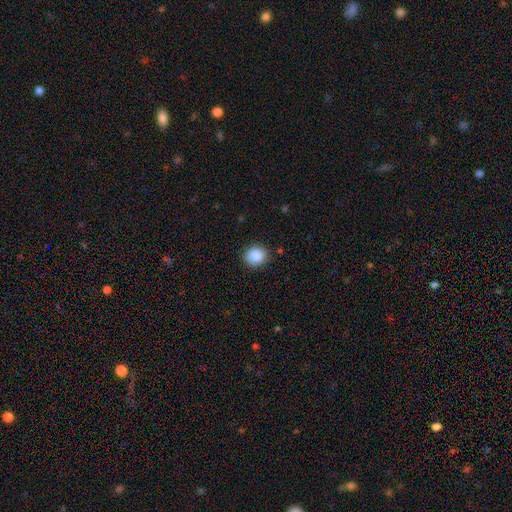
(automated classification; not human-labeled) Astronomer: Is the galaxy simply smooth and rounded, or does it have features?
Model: smooth — 88%.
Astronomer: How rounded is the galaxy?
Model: round — 79%.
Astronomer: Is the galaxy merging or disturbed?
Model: none — 86%.